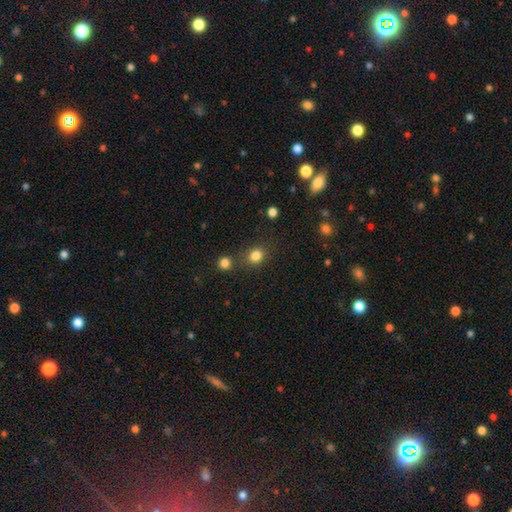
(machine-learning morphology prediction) type=smooth (82%); roundness=round (72%); merging=none (75%).